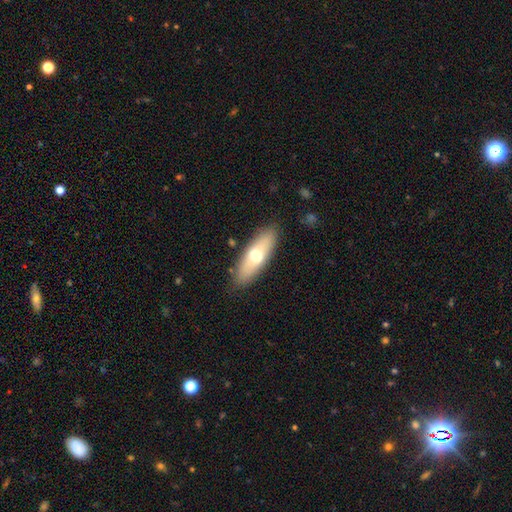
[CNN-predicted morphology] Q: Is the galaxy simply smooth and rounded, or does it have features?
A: smooth — 61%.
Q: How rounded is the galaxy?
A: in between — 62%.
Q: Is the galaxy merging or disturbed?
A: none — 86%.